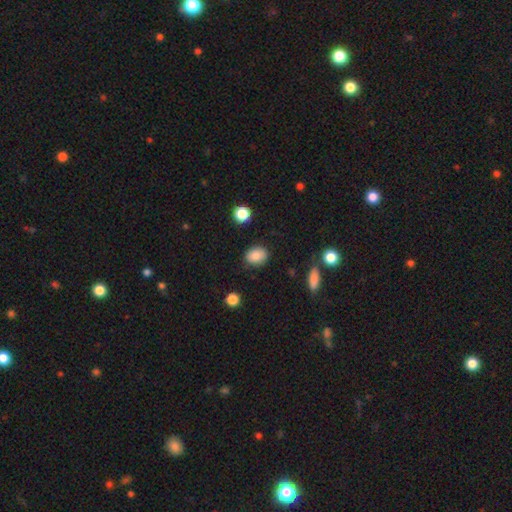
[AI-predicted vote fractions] Morphology: type=smooth (84%); roundness=in between (58%); merging=none (83%).